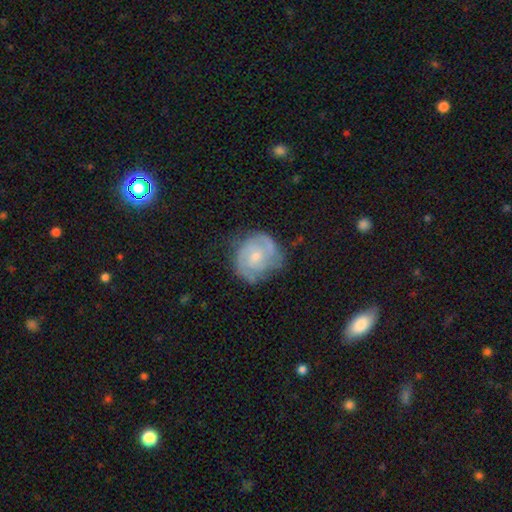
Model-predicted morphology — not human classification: Smooth or featured?
  - featured or disk: 74% *
  - smooth: 20%
  - star or artifact: 6%
Edge-on disk?
  - no: 98% *
  - yes: 2%
Bar?
  - no: 67% *
  - weak: 29%
  - strong: 4%
Spiral arms?
  - yes: 90% *
  - no: 10%
Spiral winding?
  - tight: 53% *
  - medium: 36%
  - loose: 10%
Spiral arm count?
  - 2: 46% *
  - can't tell: 25%
  - 3: 18%
  - 1: 4%
  - 4: 4%
  - more than 4: 3%
Bulge size?
  - small: 53% *
  - moderate: 40%
  - none: 4%
  - large: 2%
  - dominant: 1%
Merging?
  - none: 64% *
  - minor disturbance: 24%
  - major disturbance: 10%
  - merger: 2%